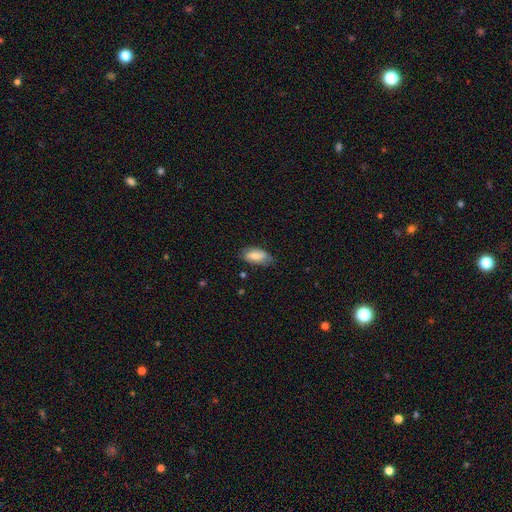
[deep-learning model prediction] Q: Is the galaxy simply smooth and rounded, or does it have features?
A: smooth — 75%.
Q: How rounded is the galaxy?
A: in between — 90%.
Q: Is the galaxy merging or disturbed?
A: none — 70%.